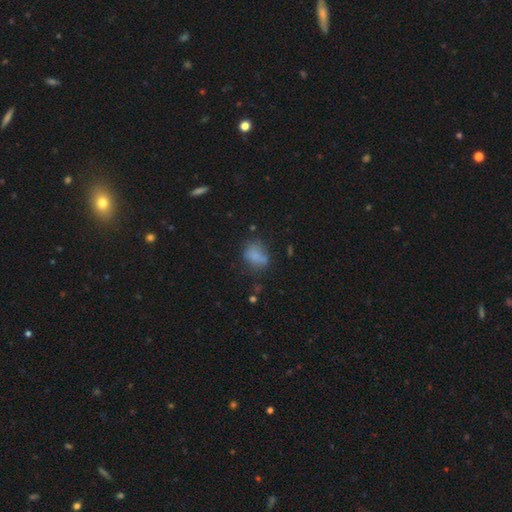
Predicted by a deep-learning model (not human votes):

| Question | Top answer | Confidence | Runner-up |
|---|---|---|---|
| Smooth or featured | smooth | 76% | featured or disk (13%) |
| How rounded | in between | 69% | round (29%) |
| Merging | none | 50% | minor disturbance (29%) |